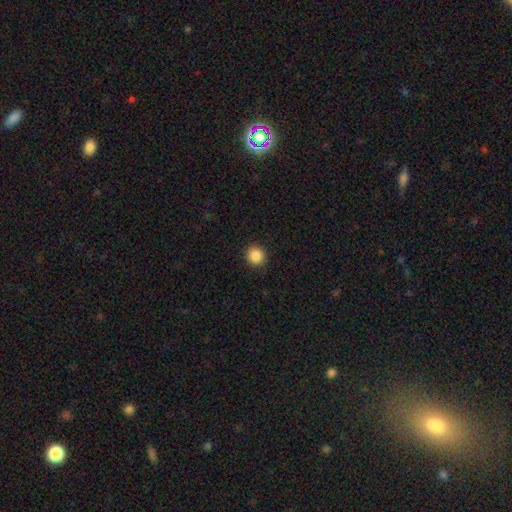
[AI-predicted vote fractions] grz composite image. It shows a smooth galaxy with no disk features (87%) that is round (92%). Merging: none (92%).